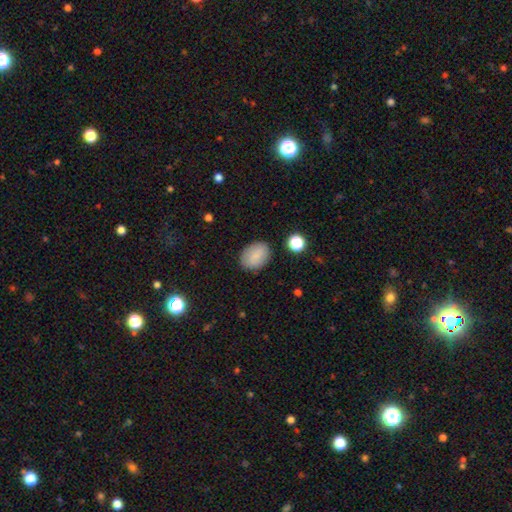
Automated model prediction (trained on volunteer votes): Smooth or featured? Predicted: smooth (p=0.85). How rounded? Predicted: in between (p=0.74). Merging? Predicted: none (p=0.84).